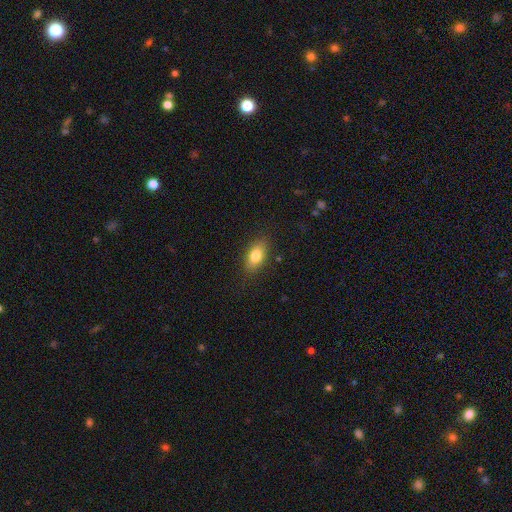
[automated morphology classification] Smooth or featured? Predicted: smooth (p=0.79). How rounded? Predicted: in between (p=0.86). Merging? Predicted: none (p=0.84).